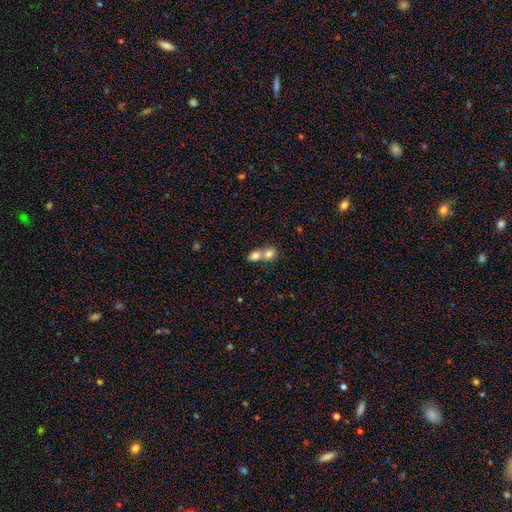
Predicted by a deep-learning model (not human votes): A smooth galaxy with no disk features (77%) that is in between round and cigar-shaped (56%).

Vote fractions:
- Smooth or featured? smooth: 77% / featured or disk: 14% / star or artifact: 9%
- How rounded? in between: 56% / round: 42% / cigar-shaped: 2%
- Merging? merger: 73% / none: 20% / minor disturbance: 5% / major disturbance: 2%